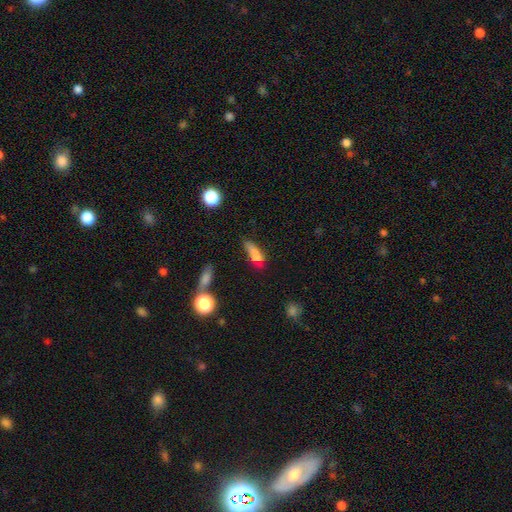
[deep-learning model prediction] A smooth galaxy with no disk features (69%) that is cigar-shaped (49%). Merging: none (44%).